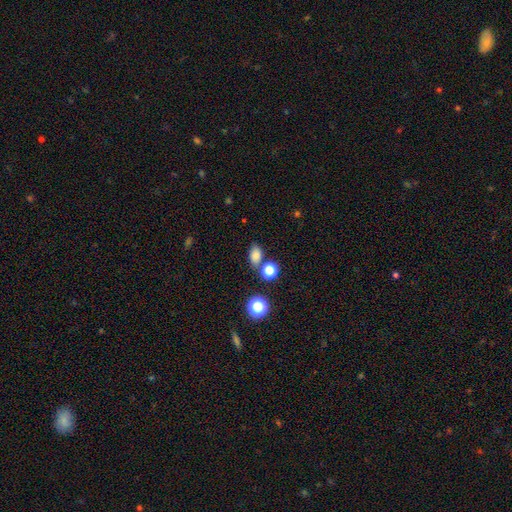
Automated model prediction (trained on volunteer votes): Smooth or featured?
  - smooth: 79% *
  - star or artifact: 15%
  - featured or disk: 6%
How rounded?
  - in between: 75% *
  - round: 23%
  - cigar-shaped: 2%
Merging?
  - none: 69% *
  - merger: 14%
  - minor disturbance: 13%
  - major disturbance: 4%